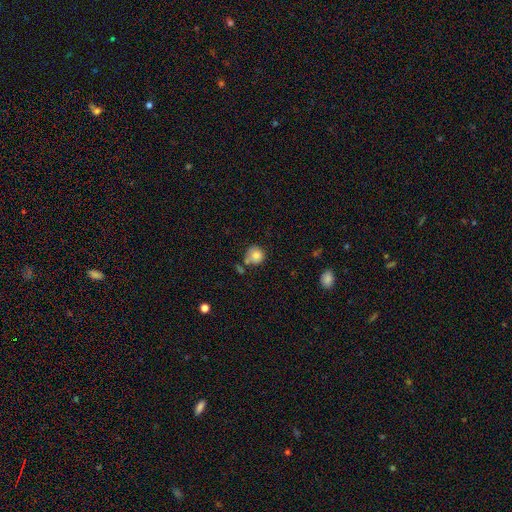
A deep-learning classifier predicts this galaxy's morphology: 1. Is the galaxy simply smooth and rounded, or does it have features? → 80% smooth, 10% featured or disk, 10% star or artifact.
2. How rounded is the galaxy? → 91% round, 8% in between, 1% cigar-shaped.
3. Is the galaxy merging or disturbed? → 62% none, 17% minor disturbance, 16% merger, 5% major disturbance.